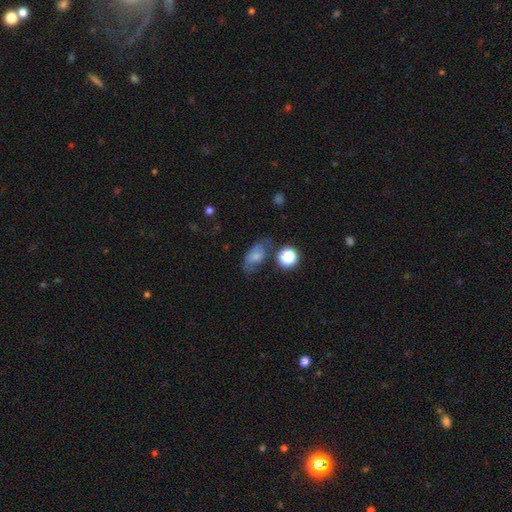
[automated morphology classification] smooth-or-featured: smooth: 60% | featured or disk: 28% | star or artifact: 12%
  how-rounded: in between: 82% | round: 15% | cigar-shaped: 3%
  merging: none: 54% | minor disturbance: 27% | major disturbance: 14% | merger: 6%